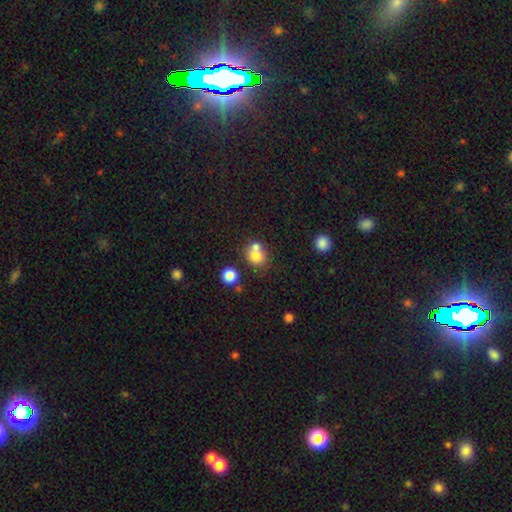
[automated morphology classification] This is likely a smooth galaxy (75%). How rounded: likely round (75%). Merging: possibly merger (45%).